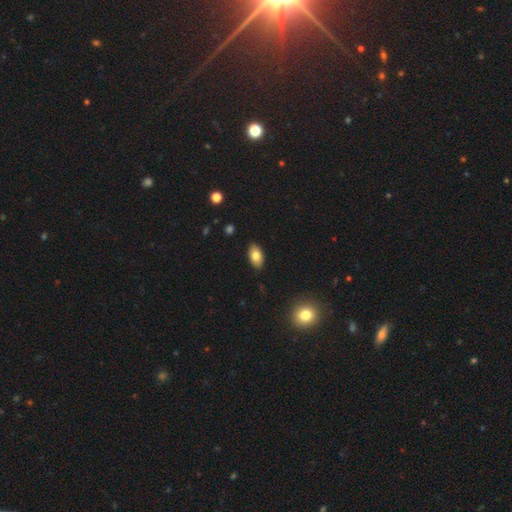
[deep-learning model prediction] Morphology: type=smooth (78%); roundness=in between (93%); merging=none (88%).